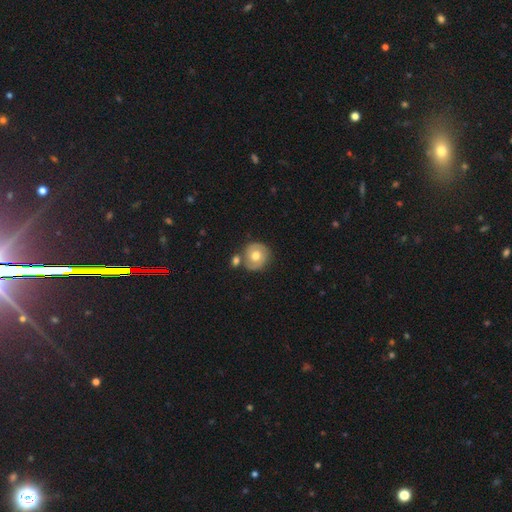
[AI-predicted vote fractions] Smooth or featured? Predicted: featured or disk (p=0.52). Edge-on disk? Predicted: no (p=0.97). Merging? Predicted: none (p=0.68).